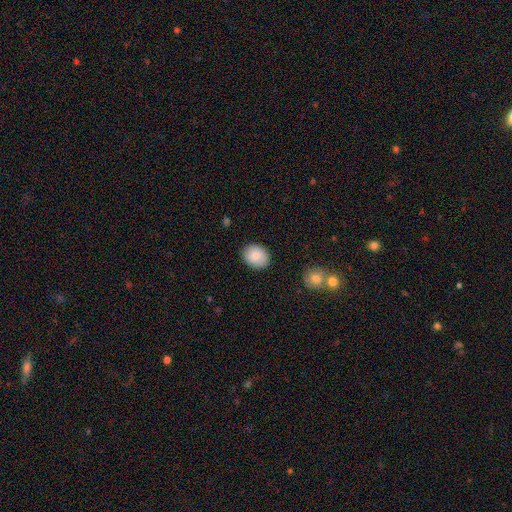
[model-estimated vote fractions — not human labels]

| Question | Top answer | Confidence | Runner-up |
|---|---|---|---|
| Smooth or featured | smooth | 87% | star or artifact (7%) |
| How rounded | round | 52% | in between (47%) |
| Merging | none | 87% | minor disturbance (9%) |